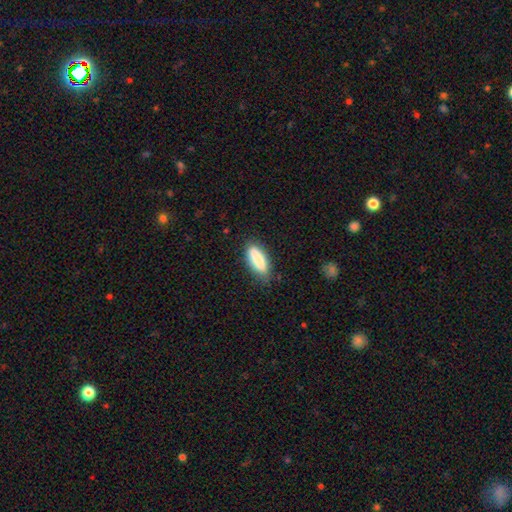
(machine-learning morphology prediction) Smooth or featured? Predicted: smooth (p=0.84). How rounded? Predicted: in between (p=0.53). Merging? Predicted: none (p=0.79).